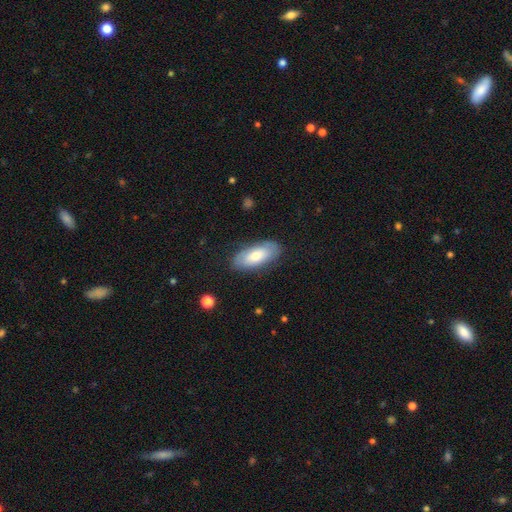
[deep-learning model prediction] smooth 65%, featured or disk 29%, star or artifact 6%. Down the decision tree: how rounded — in between (86%); merging — none (82%).